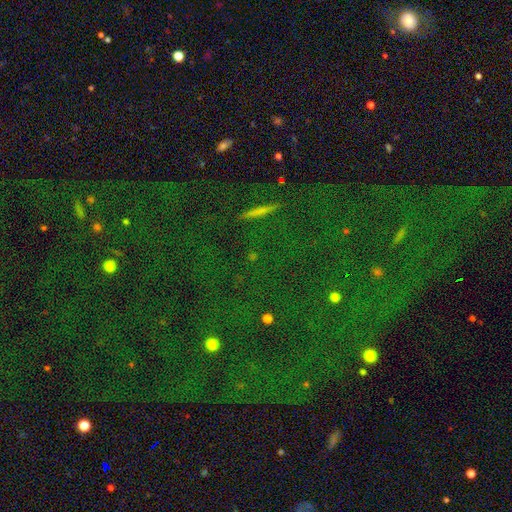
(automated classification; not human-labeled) Overall: star or artifact (81%).